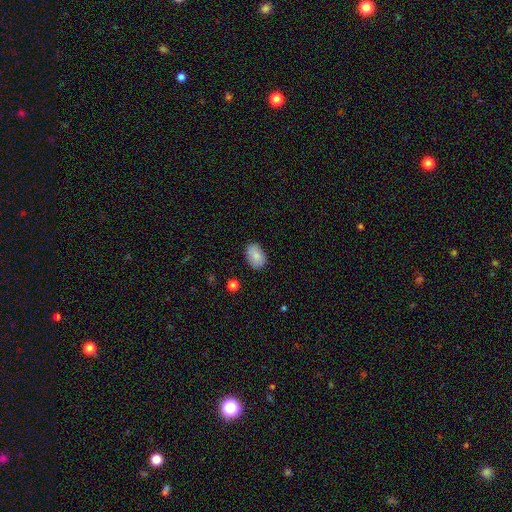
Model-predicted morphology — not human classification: smooth-or-featured: smooth: 82% | featured or disk: 10% | star or artifact: 7%
  how-rounded: in between: 84% | round: 15% | cigar-shaped: 1%
  merging: none: 81% | minor disturbance: 15% | major disturbance: 3% | merger: 1%